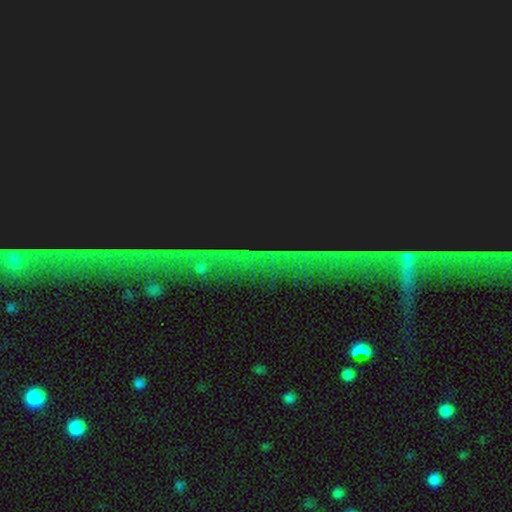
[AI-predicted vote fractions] star or artifact 83%, featured or disk 10%, smooth 7%.